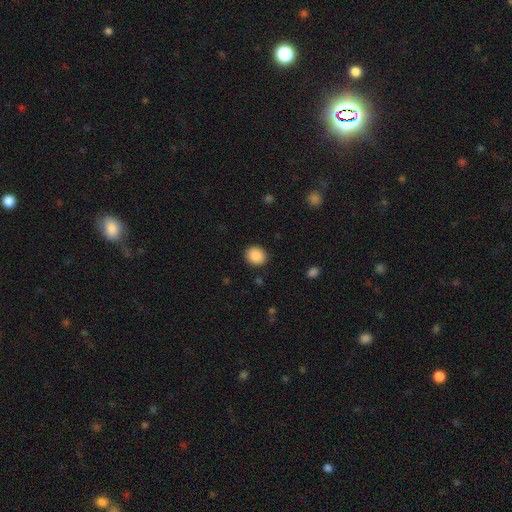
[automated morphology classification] smooth 89%, star or artifact 8%, featured or disk 3%. Down the decision tree: how rounded — round (71%); merging — none (89%).